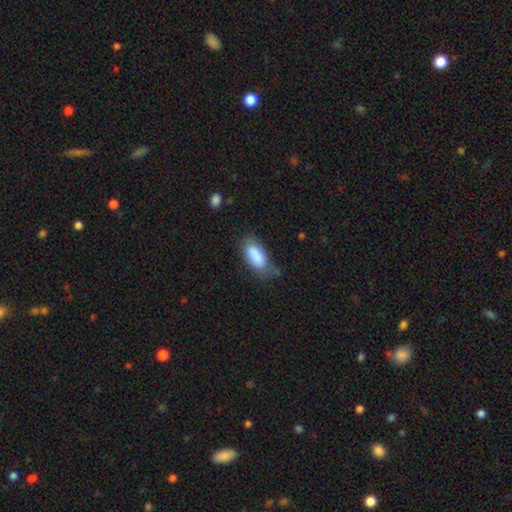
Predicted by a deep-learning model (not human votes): Smooth or featured? Predicted: smooth (p=0.84). How rounded? Predicted: in between (p=0.88). Merging? Predicted: none (p=0.55).